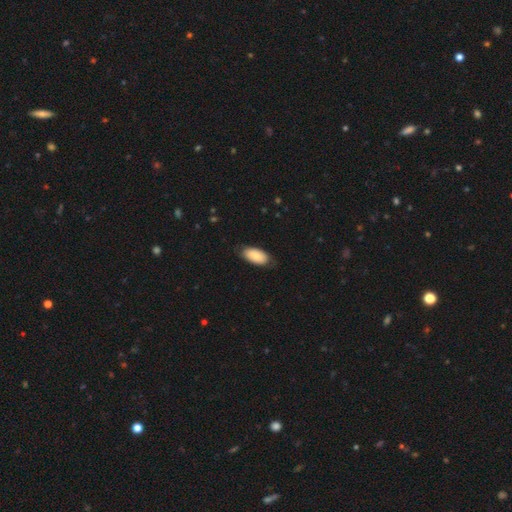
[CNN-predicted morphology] Q: Smooth or featured?
A: smooth (84%); runner-up: featured or disk (10%)
Q: How rounded?
A: in between (94%); runner-up: cigar-shaped (4%)
Q: Merging?
A: none (76%); runner-up: minor disturbance (19%)